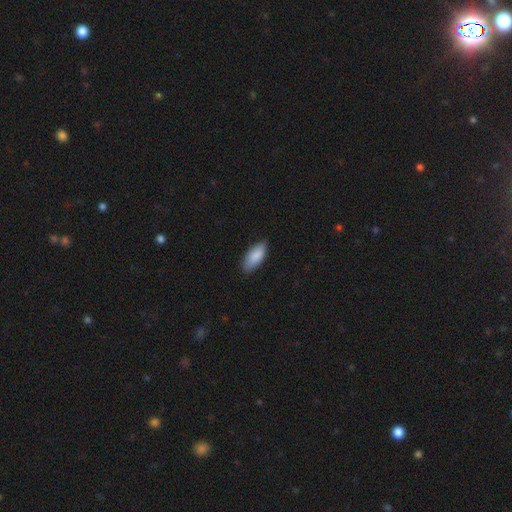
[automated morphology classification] smooth 88%, featured or disk 6%, star or artifact 6%. Down the decision tree: how rounded — in between (86%); merging — none (80%).